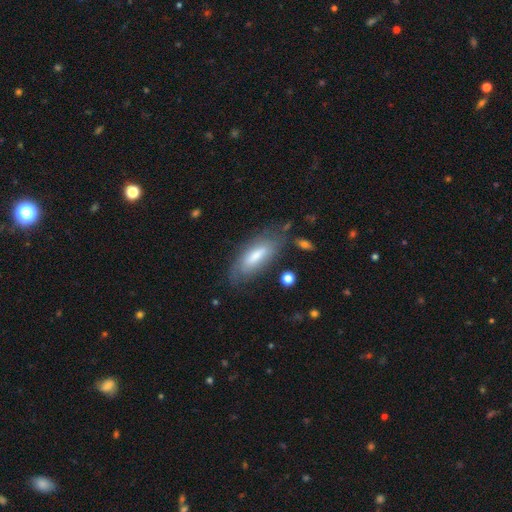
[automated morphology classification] A smooth galaxy with no disk features (59%) that is in between round and cigar-shaped (65%).

Vote fractions:
- Smooth or featured? smooth: 59% / featured or disk: 34% / star or artifact: 7%
- How rounded? in between: 65% / cigar-shaped: 33% / round: 2%
- Merging? none: 72% / minor disturbance: 19% / major disturbance: 7% / merger: 3%